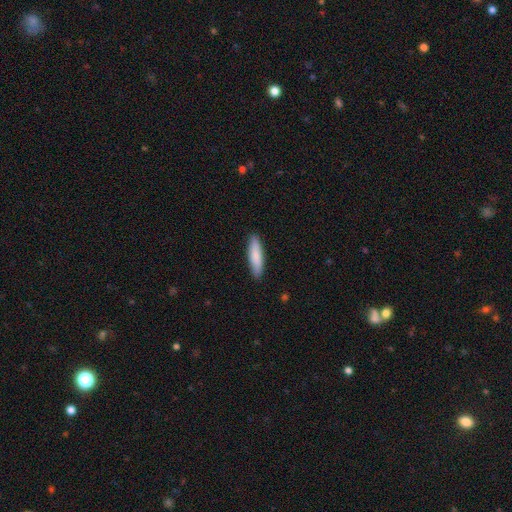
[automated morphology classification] Smooth or featured?
  - smooth: 84% *
  - featured or disk: 11%
  - star or artifact: 5%
How rounded?
  - cigar-shaped: 75% *
  - in between: 24%
  - round: 1%
Merging?
  - none: 89% *
  - minor disturbance: 8%
  - major disturbance: 2%
  - merger: 1%